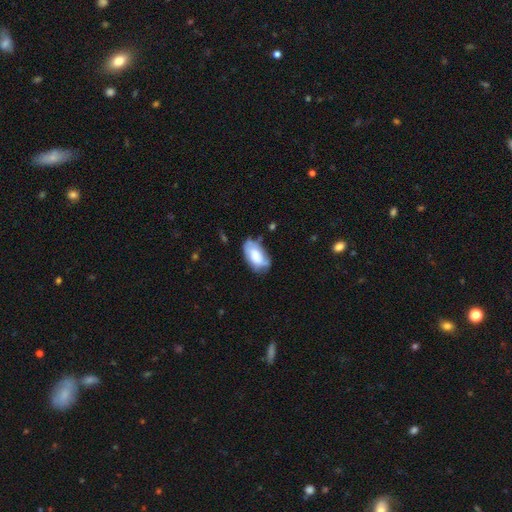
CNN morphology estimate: smooth 53%, featured or disk 39%, star or artifact 7%. Down the decision tree: how rounded — in between (94%); merging — none (56%).